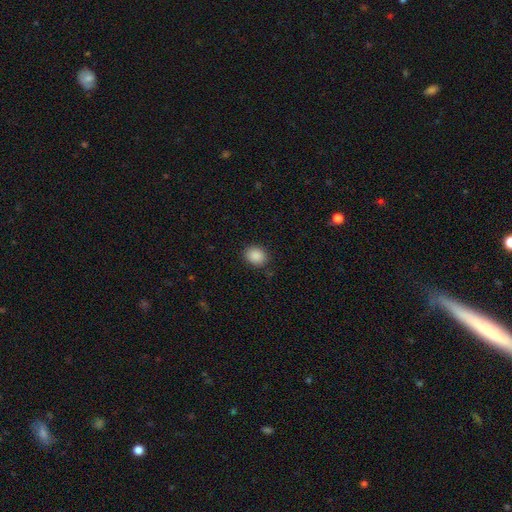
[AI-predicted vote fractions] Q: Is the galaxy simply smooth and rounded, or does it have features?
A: smooth — 88%.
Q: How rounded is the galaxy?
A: round — 56%.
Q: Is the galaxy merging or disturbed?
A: none — 86%.